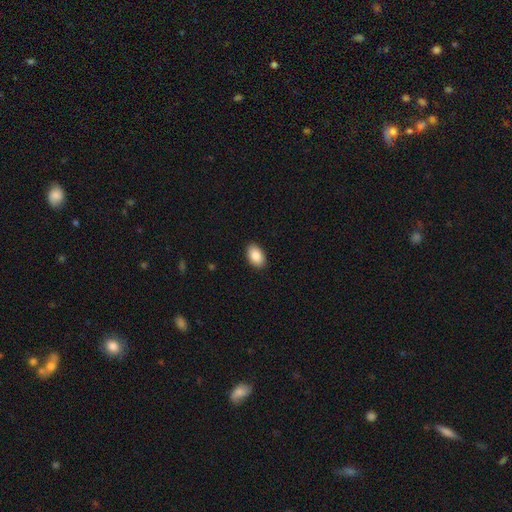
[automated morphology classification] smooth-or-featured: smooth: 89% | star or artifact: 7% | featured or disk: 4%
  how-rounded: in between: 92% | round: 7% | cigar-shaped: 1%
  merging: none: 89% | minor disturbance: 8% | major disturbance: 2% | merger: 1%